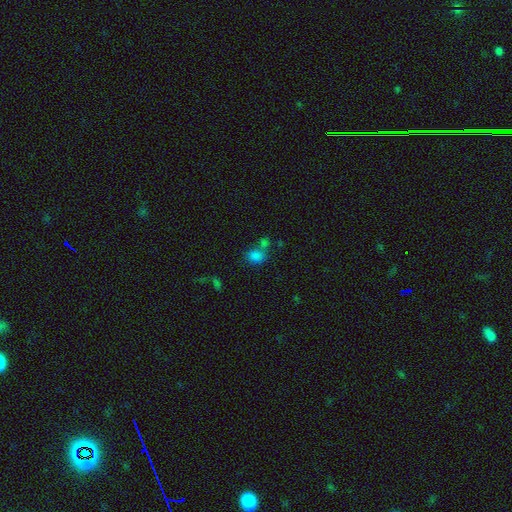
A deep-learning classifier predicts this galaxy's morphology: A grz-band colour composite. It shows a smooth galaxy with no disk features (79%) that is in between round and cigar-shaped (51%). Merging: none (46%).